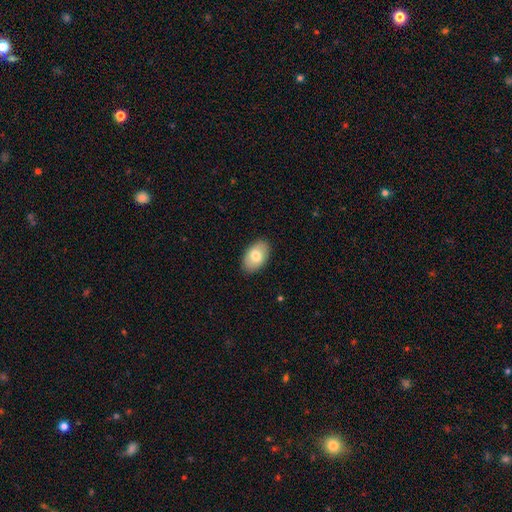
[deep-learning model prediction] Overall: smooth (76%). How rounded: in between (91%). Merging: none (88%).